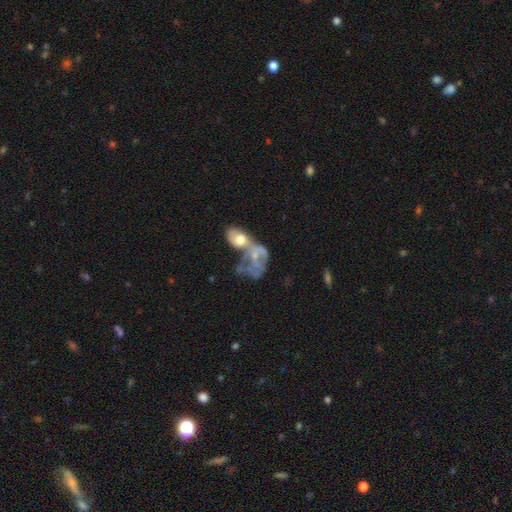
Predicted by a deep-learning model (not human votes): Smooth or featured? featured or disk (55%)
Edge-on disk? no (96%)
Bar? no (81%)
Spiral arms? no (68%)
Bulge size? moderate (39%)
Merging? merger (68%)